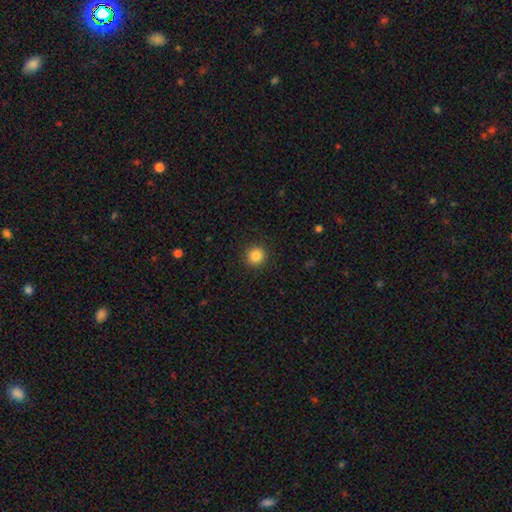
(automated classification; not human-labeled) Smooth or featured? Predicted: smooth (p=0.85). How rounded? Predicted: round (p=0.94). Merging? Predicted: none (p=0.92).